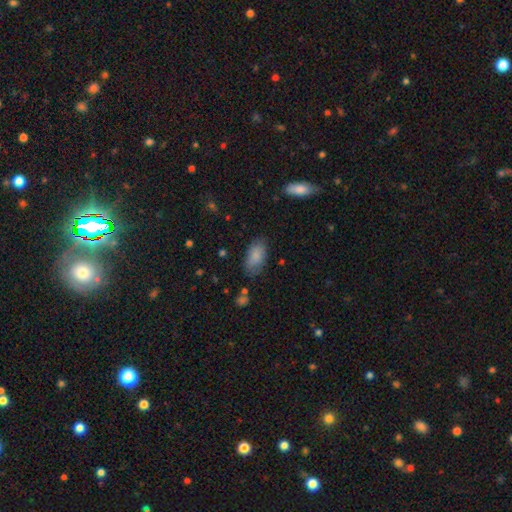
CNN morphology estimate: A smooth galaxy with no disk features (84%) that is in between round and cigar-shaped (93%).

Vote fractions:
- Smooth or featured? smooth: 84% / featured or disk: 9% / star or artifact: 7%
- How rounded? in between: 93% / round: 4% / cigar-shaped: 3%
- Merging? none: 73% / minor disturbance: 19% / major disturbance: 5% / merger: 2%